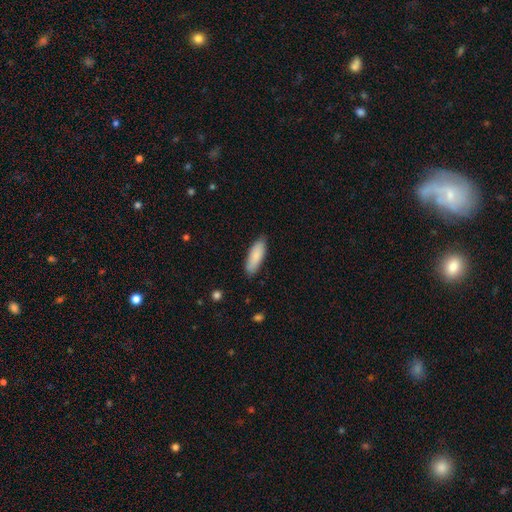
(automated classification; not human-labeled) Smooth or featured: smooth — 87% (featured or disk — 8%)
How rounded: in between — 60% (cigar-shaped — 39%)
Merging: none — 84% (minor disturbance — 13%)